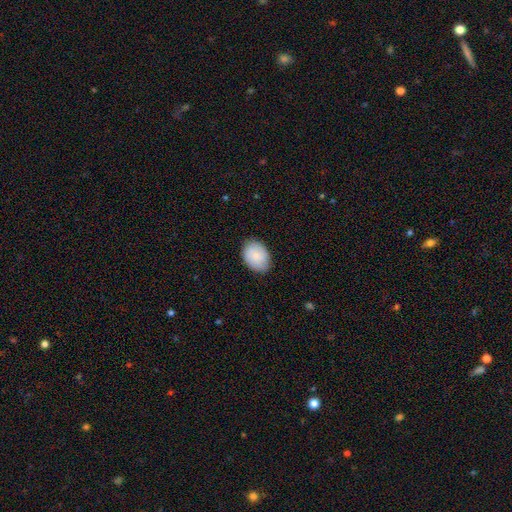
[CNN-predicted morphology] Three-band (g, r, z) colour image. It shows a smooth galaxy with no disk features (84%) that is in between round and cigar-shaped (72%). Merging: none (81%).